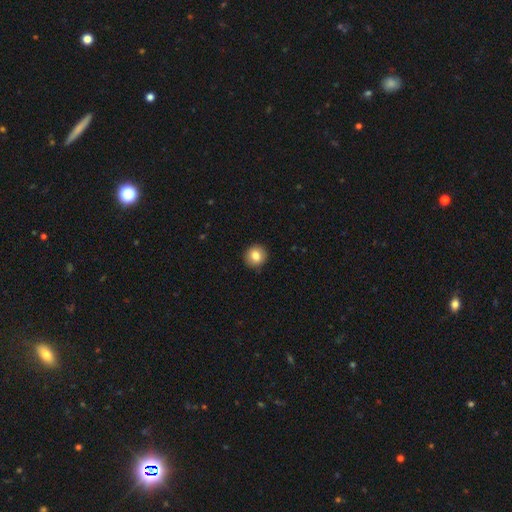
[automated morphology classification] type=smooth (82%); roundness=round (91%); merging=none (92%).